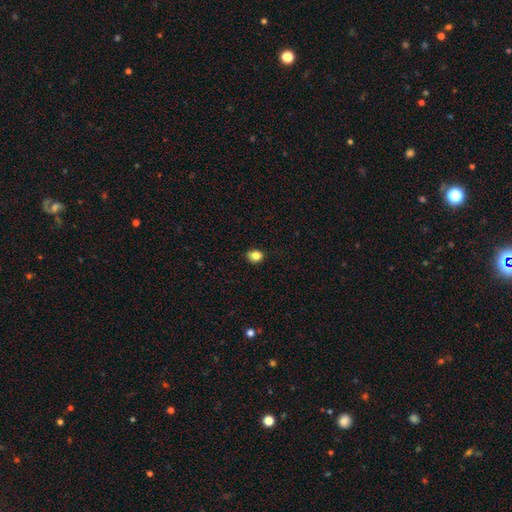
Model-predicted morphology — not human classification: smooth 83%, star or artifact 11%, featured or disk 5%. Down the decision tree: how rounded — round (66%); merging — none (82%).